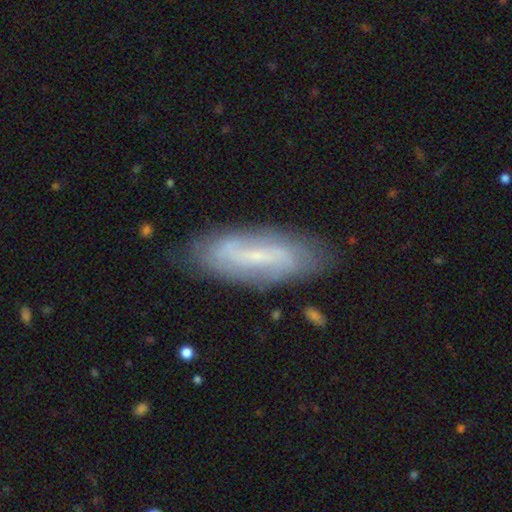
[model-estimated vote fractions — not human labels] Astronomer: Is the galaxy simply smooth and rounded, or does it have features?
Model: featured or disk — 70%.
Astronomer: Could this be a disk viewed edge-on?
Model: no — 86%.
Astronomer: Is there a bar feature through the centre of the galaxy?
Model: weak — 46% (runner-up: strong, 33%).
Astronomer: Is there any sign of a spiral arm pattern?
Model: yes — 83%.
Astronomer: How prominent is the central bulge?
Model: small — 69%.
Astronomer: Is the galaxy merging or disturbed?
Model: none — 79%.